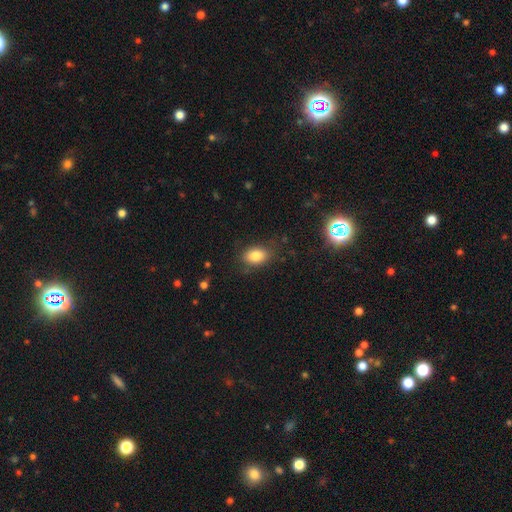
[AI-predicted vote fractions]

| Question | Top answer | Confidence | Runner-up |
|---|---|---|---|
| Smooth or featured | smooth | 83% | star or artifact (9%) |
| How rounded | in between | 83% | round (16%) |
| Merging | none | 76% | minor disturbance (17%) |